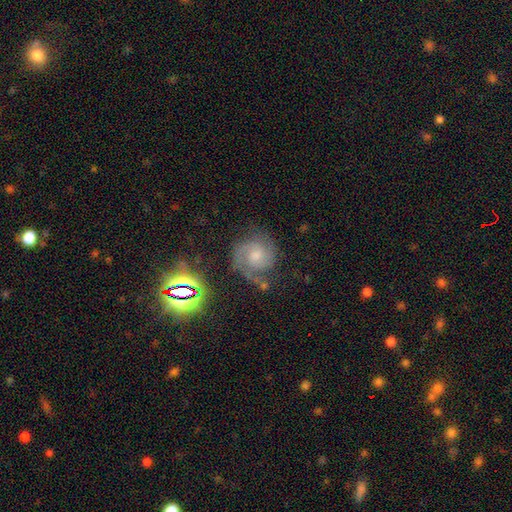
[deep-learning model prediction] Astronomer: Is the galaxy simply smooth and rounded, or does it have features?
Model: featured or disk — 75%.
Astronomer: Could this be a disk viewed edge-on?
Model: no — 98%.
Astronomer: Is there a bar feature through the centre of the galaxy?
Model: no — 58% (runner-up: weak, 36%).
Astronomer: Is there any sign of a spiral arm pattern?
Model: yes — 96%.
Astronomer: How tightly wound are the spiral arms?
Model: medium — 45% (runner-up: tight, 44%).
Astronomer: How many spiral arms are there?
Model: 2 — 74%.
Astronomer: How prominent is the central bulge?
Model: moderate — 51% (runner-up: small, 31%).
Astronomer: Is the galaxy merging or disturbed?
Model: none — 65%.